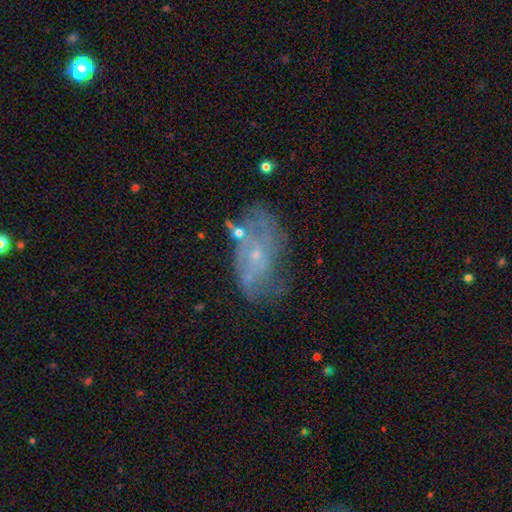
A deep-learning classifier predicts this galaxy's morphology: Overall: featured or disk (70%). Edge-on disk: no (96%). Bar: no (78%). Spiral arms: yes (69%; no 31%). Bulge size: small (77%). Merging: none (51%; minor disturbance 25%).